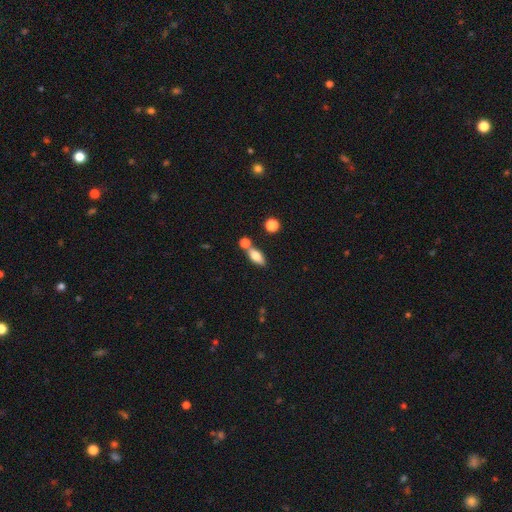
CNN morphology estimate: smooth 72%, featured or disk 20%, star or artifact 8%. Down the decision tree: how rounded — in between (77%); merging — none (60%).